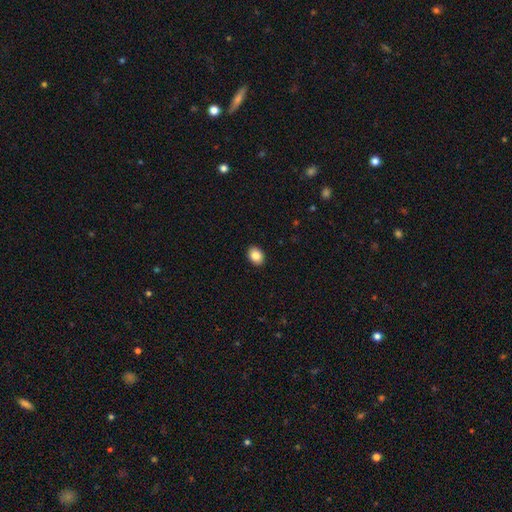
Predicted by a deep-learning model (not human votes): This appears to be a smooth galaxy with no disk features (86%) that is in between round and cigar-shaped (65%). Merging: none (91%).